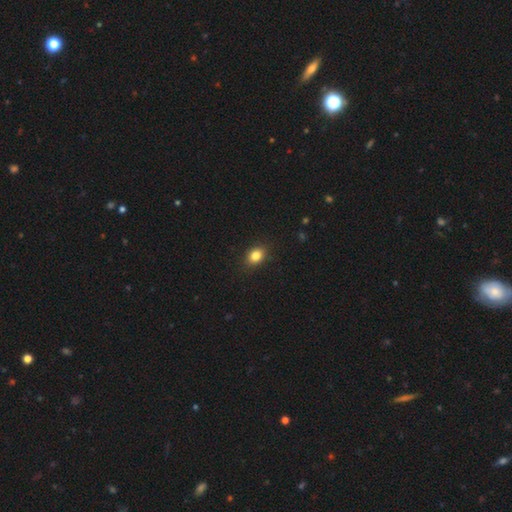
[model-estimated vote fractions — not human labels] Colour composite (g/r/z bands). It shows a smooth galaxy with no disk features (83%) that is in between round and cigar-shaped (67%). Merging: none (87%).